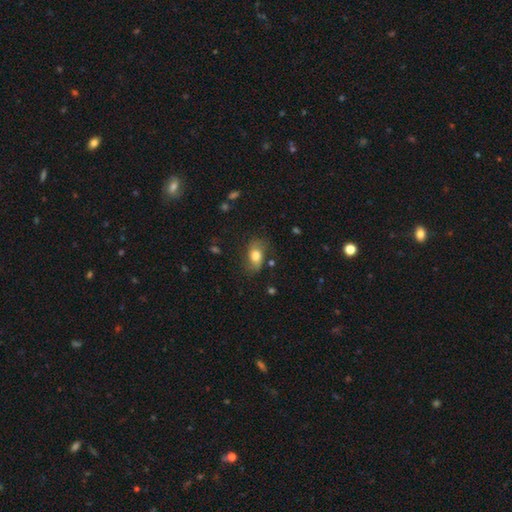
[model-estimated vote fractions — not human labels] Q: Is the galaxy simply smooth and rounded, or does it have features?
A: smooth — 68%.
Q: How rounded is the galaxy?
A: in between — 83%.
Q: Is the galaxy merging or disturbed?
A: none — 63%.